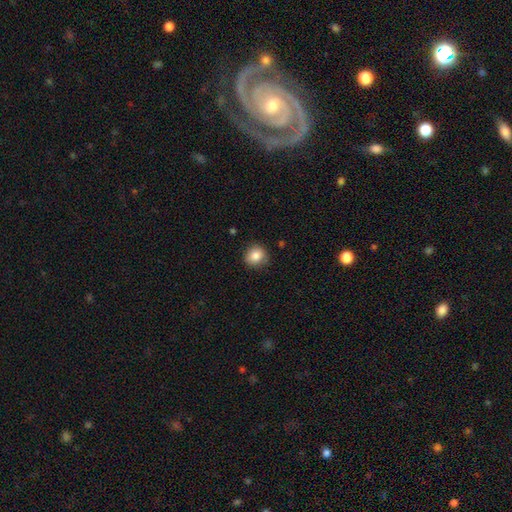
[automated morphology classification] smooth_or_featured: smooth (p=0.84) [alt: star or artifact p=0.09]
how_rounded: round (p=0.84) [alt: in between p=0.15]
merging: none (p=0.83) [alt: minor disturbance p=0.13]